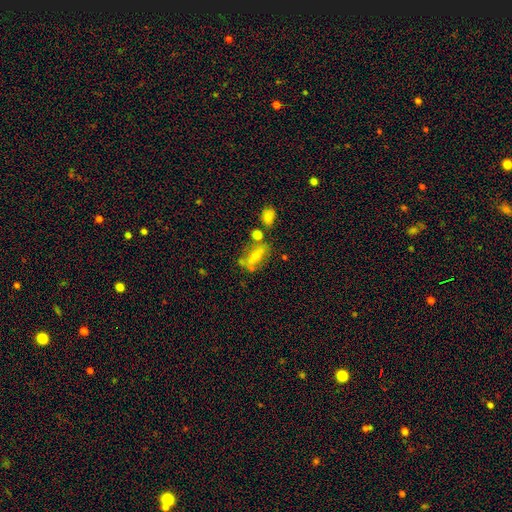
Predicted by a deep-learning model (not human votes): Smooth or featured?
  - smooth: 55% *
  - featured or disk: 34%
  - star or artifact: 11%
How rounded?
  - in between: 65% *
  - cigar-shaped: 26%
  - round: 8%
Merging?
  - none: 50% *
  - merger: 20%
  - minor disturbance: 19%
  - major disturbance: 11%